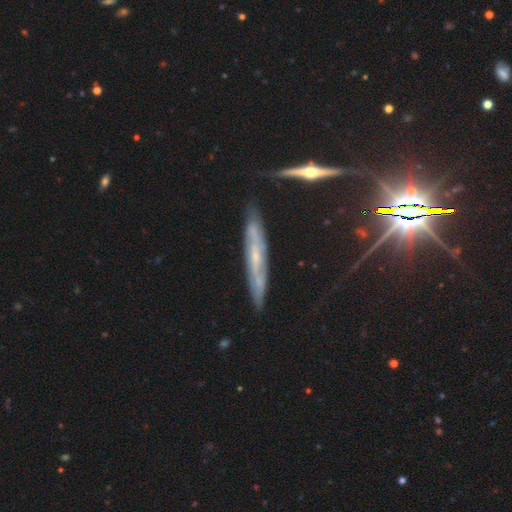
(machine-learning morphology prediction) Smooth or featured: featured or disk — 66% (smooth — 23%)
Edge-on disk: yes — 80% (no — 20%)
Edge-on bulge: none — 52% (rounded — 43%)
Merging: none — 81% (minor disturbance — 14%)